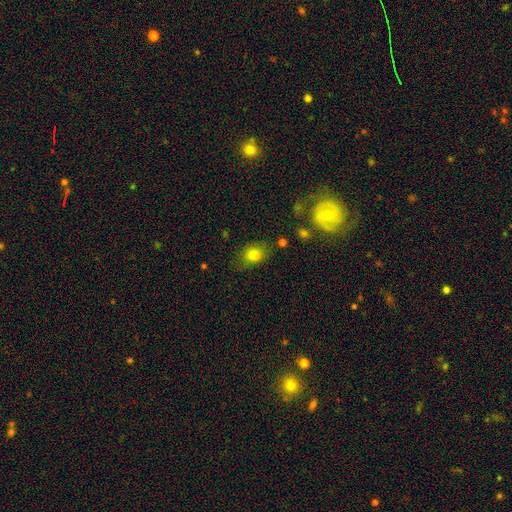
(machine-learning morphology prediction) smooth 79%, star or artifact 11%, featured or disk 10%. Down the decision tree: how rounded — in between (59%); merging — none (68%).